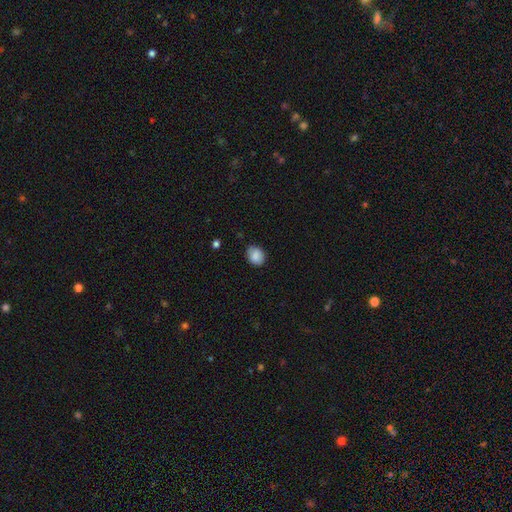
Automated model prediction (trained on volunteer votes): Smooth or featured: smooth — 86% (star or artifact — 8%)
How rounded: round — 51% (in between — 48%)
Merging: none — 78% (minor disturbance — 17%)